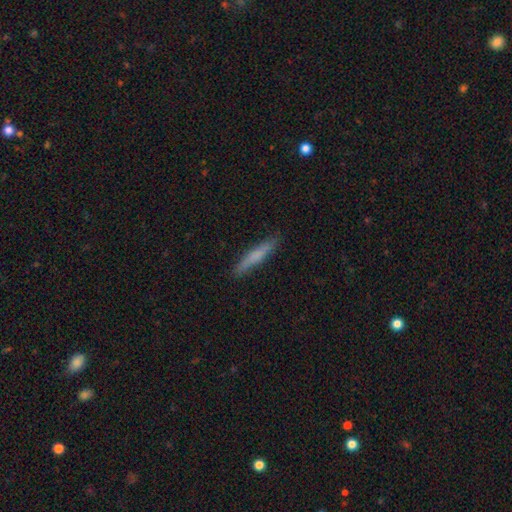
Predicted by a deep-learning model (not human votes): Q: Smooth or featured?
A: smooth (65%); runner-up: featured or disk (29%)
Q: How rounded?
A: cigar-shaped (94%); runner-up: in between (4%)
Q: Merging?
A: none (89%); runner-up: minor disturbance (8%)